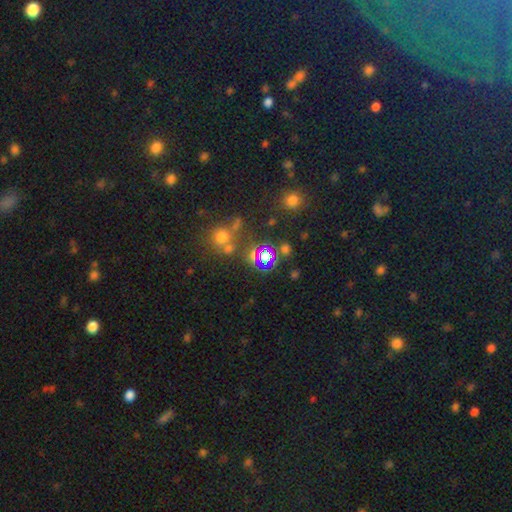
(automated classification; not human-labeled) star or artifact 58%, smooth 32%, featured or disk 11%.